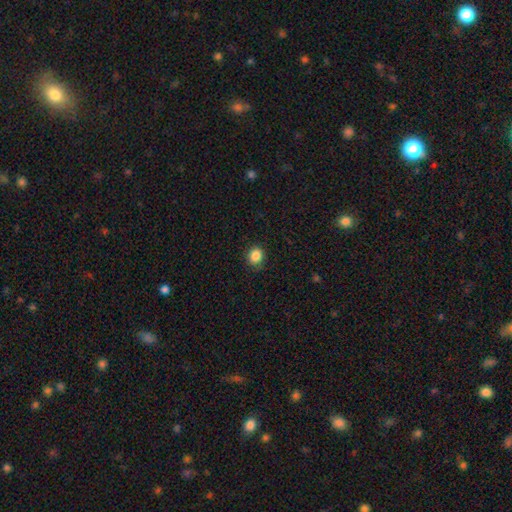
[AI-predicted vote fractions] Smooth or featured: smooth — 86% (star or artifact — 11%)
How rounded: round — 80% (in between — 19%)
Merging: none — 86% (minor disturbance — 10%)